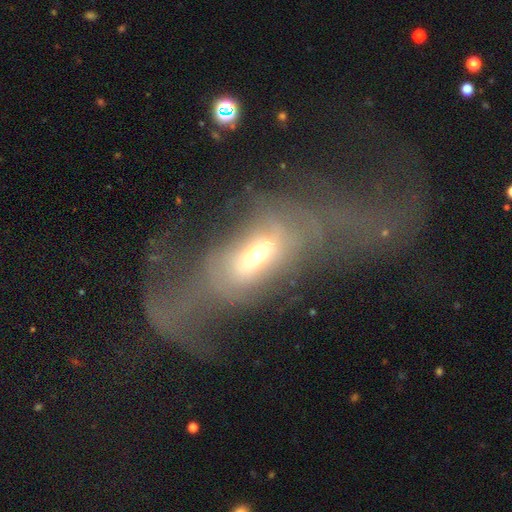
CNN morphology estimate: A featured or disk galaxy (45%).

Vote fractions:
- Smooth or featured? featured or disk: 45% / smooth: 42% / star or artifact: 13%
- Merging? major disturbance: 62% / none: 19% / minor disturbance: 13% / merger: 6%